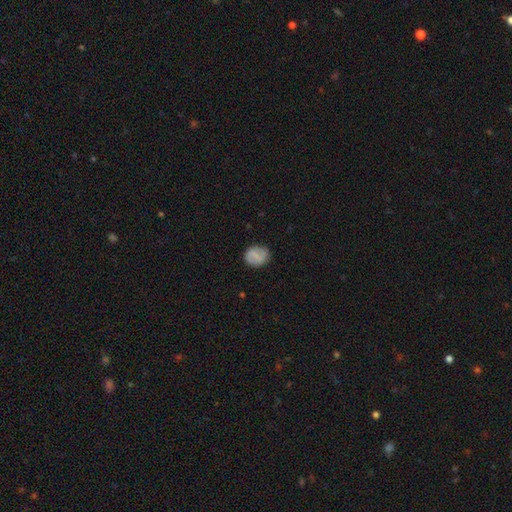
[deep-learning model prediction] smooth-or-featured: smooth: 55% | featured or disk: 37% | star or artifact: 8%
  how-rounded: round: 63% | in between: 35% | cigar-shaped: 1%
  merging: none: 85% | minor disturbance: 10% | major disturbance: 3% | merger: 1%